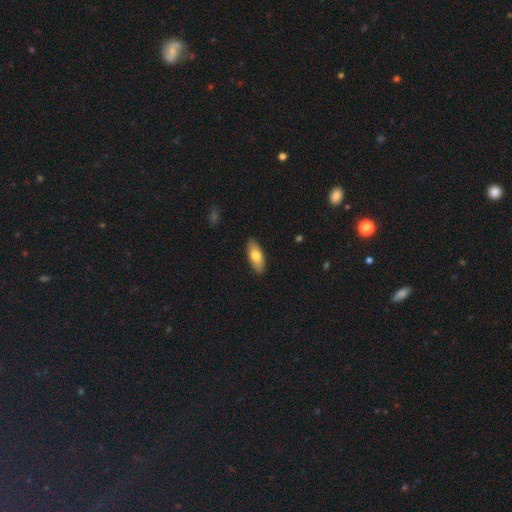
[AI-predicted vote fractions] A smooth galaxy with no disk features (73%) that is in between round and cigar-shaped (81%). Merging: none (88%).